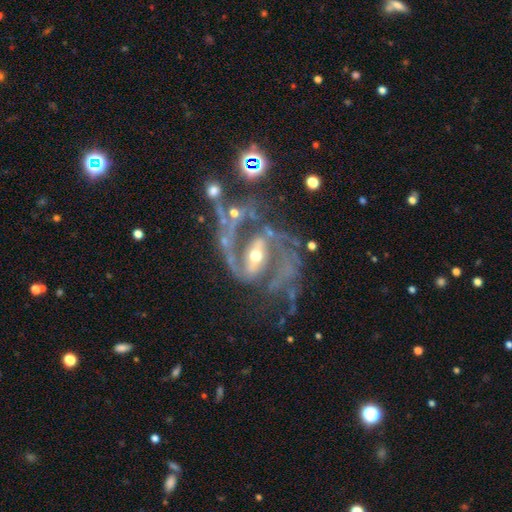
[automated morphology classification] A featured or disk galaxy (90%) with a strong bar (57%), 2 (83%) medium (49%) spiral arms (94%) and a moderate central bulge (62%). Merging: none (43%).